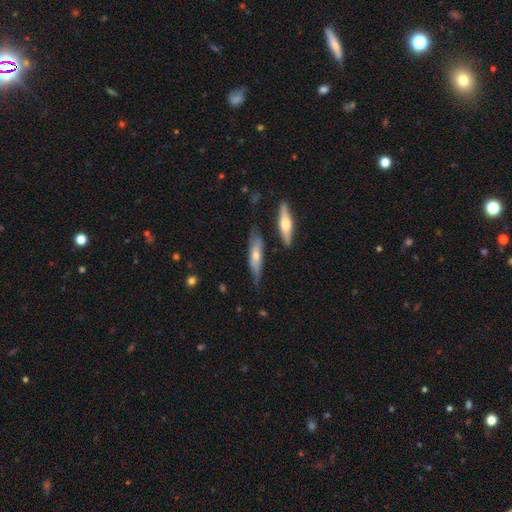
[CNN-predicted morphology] smooth_or_featured: featured or disk (p=0.52) [alt: smooth p=0.41]
disk_edge_on: yes (p=0.70) [alt: no p=0.30]
merging: none (p=0.66) [alt: minor disturbance p=0.24]